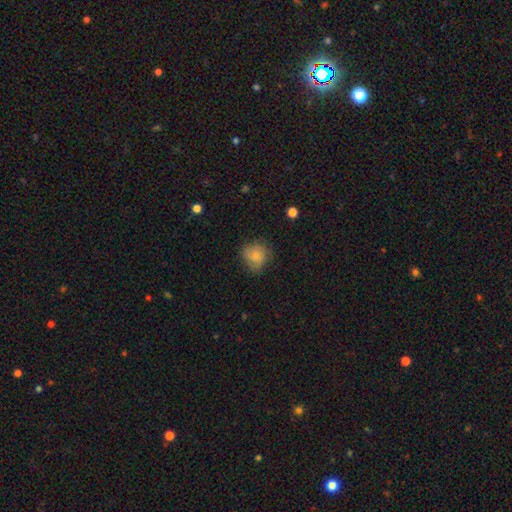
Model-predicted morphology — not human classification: A smooth galaxy with no disk features (75%) that is round (79%).

Vote fractions:
- Smooth or featured? smooth: 75% / featured or disk: 17% / star or artifact: 9%
- How rounded? round: 79% / in between: 20% / cigar-shaped: 1%
- Merging? none: 64% / minor disturbance: 26% / major disturbance: 9% / merger: 1%